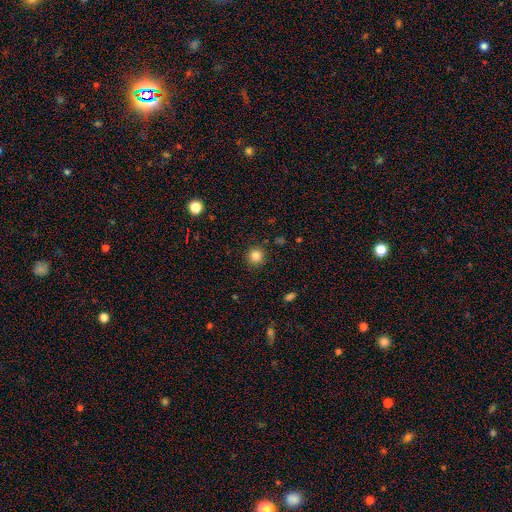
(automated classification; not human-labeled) The model was most divided on "smooth or featured": smooth: 83%, star or artifact: 13%, featured or disk: 5%. More confident: how rounded — round (94%); merging — none (89%).